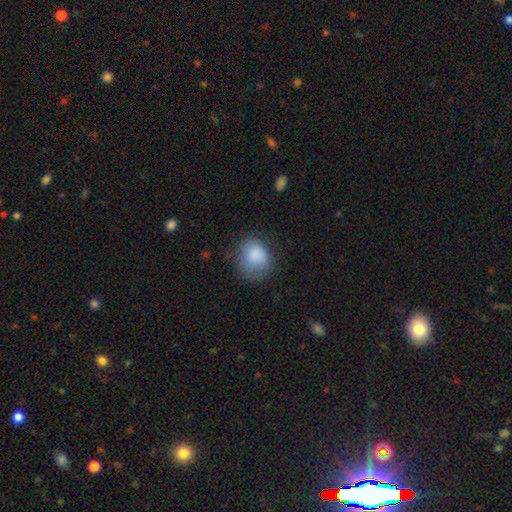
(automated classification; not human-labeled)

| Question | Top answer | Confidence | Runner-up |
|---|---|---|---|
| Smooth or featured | smooth | 84% | star or artifact (8%) |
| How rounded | round | 66% | in between (33%) |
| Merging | none | 60% | minor disturbance (26%) |